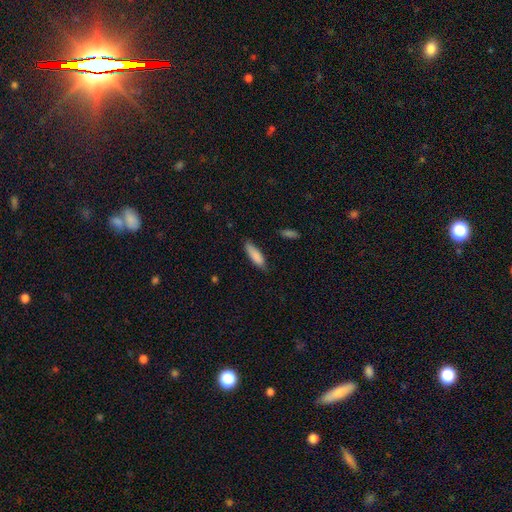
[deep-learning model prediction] smooth_or_featured: smooth (p=0.86) [alt: featured or disk p=0.08]
how_rounded: cigar-shaped (p=0.54) [alt: in between p=0.44]
merging: none (p=0.76) [alt: minor disturbance p=0.19]